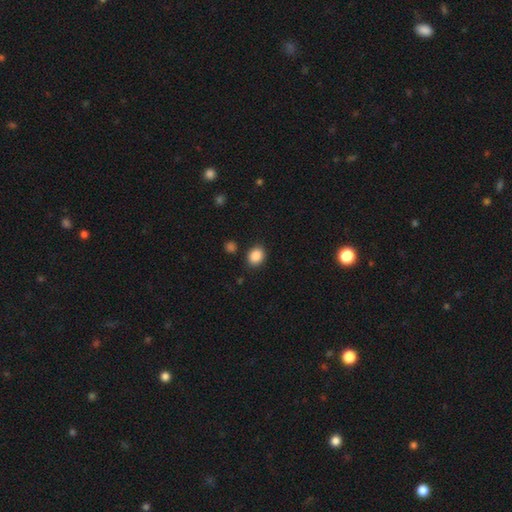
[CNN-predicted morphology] Smooth or featured?
  - smooth: 87% *
  - star or artifact: 9%
  - featured or disk: 4%
How rounded?
  - round: 56% *
  - in between: 43%
  - cigar-shaped: 1%
Merging?
  - none: 86% *
  - minor disturbance: 9%
  - merger: 3%
  - major disturbance: 3%